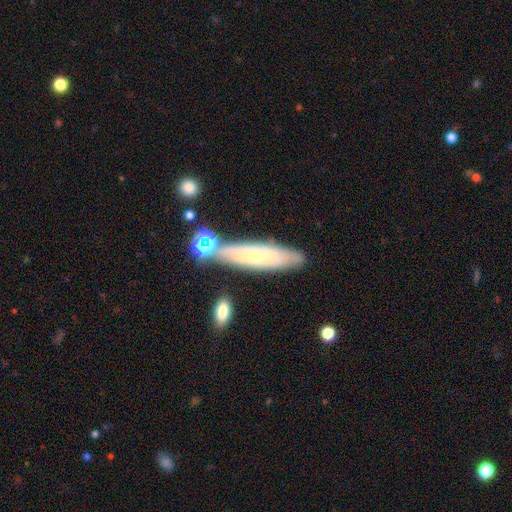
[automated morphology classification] Smooth or featured: featured or disk — 58% (smooth — 33%)
Edge-on disk: no — 60% (yes — 40%)
Merging: none — 68% (minor disturbance — 17%)